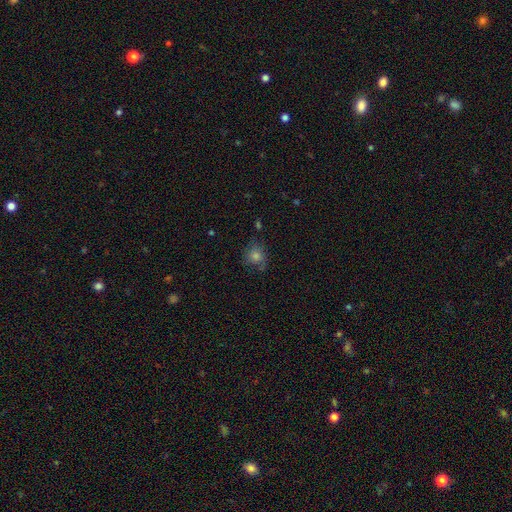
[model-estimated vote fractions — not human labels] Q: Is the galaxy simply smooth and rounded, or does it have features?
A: smooth — 68%.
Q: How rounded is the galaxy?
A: round — 82%.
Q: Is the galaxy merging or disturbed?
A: none — 68%.